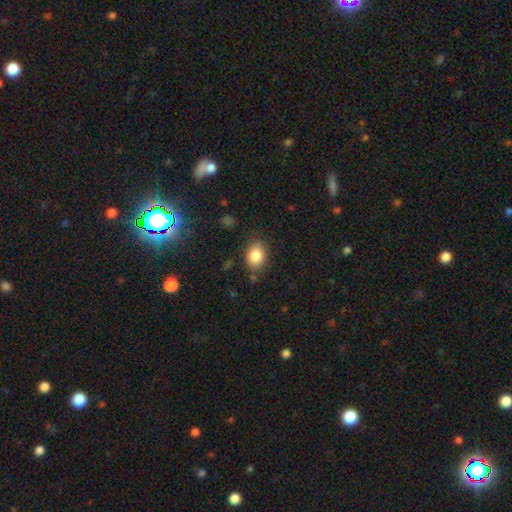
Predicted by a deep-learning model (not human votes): This appears to be a smooth galaxy with no disk features (85%) that is in between round and cigar-shaped (73%). Merging: none (79%).